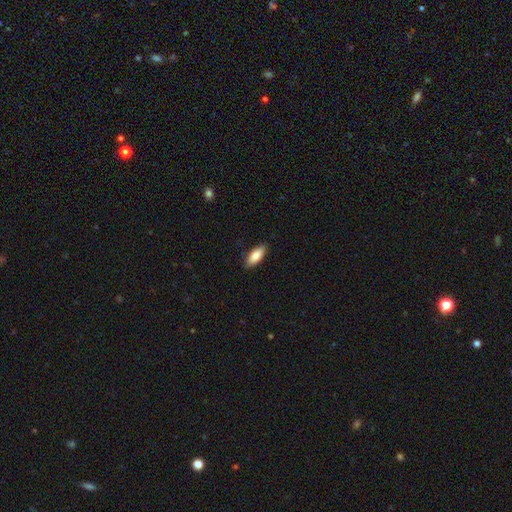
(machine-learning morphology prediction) A smooth galaxy with no disk features (85%) that is in between round and cigar-shaped (76%).

Vote fractions:
- Smooth or featured? smooth: 85% / featured or disk: 9% / star or artifact: 6%
- How rounded? in between: 76% / cigar-shaped: 23% / round: 2%
- Merging? none: 87% / minor disturbance: 10% / major disturbance: 2% / merger: 1%